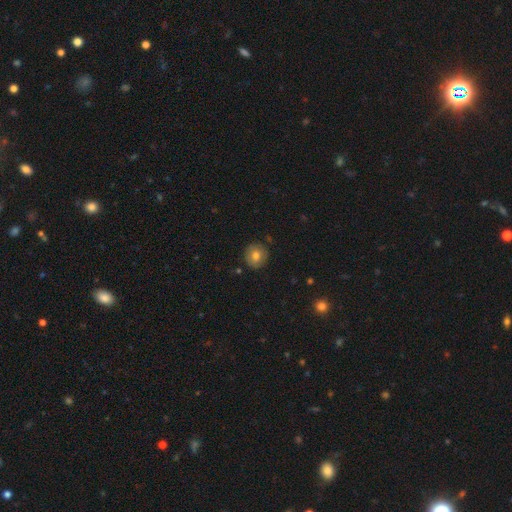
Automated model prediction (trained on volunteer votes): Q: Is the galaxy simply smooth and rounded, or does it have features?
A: smooth — 72%.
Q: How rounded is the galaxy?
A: round — 89%.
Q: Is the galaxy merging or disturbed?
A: none — 86%.